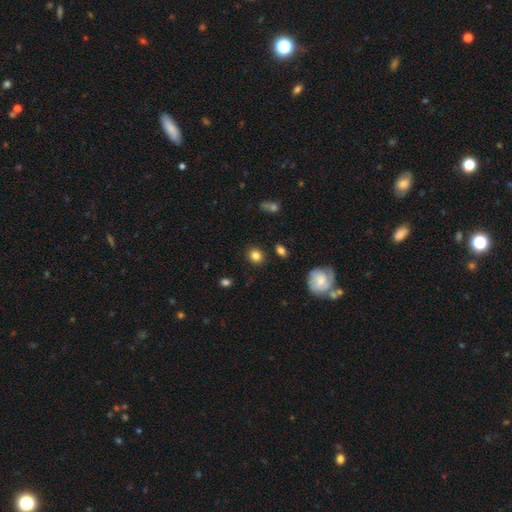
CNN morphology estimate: This appears to be a smooth galaxy with no disk features (83%) that is round (81%). Merging: none (88%).